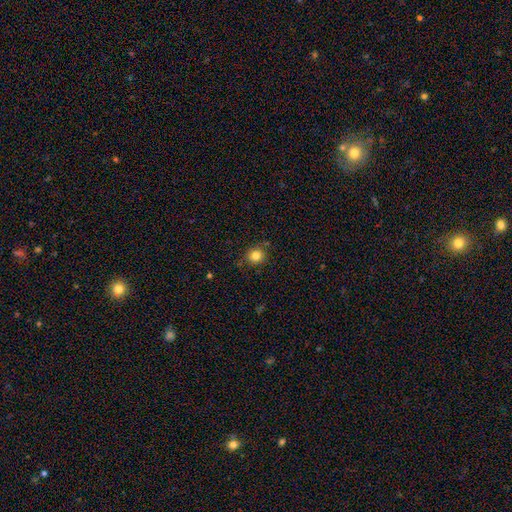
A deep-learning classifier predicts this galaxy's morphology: A smooth galaxy with no disk features (82%) that is round (89%).

Vote fractions:
- Smooth or featured? smooth: 82% / star or artifact: 12% / featured or disk: 6%
- How rounded? round: 89% / in between: 10% / cigar-shaped: 1%
- Merging? none: 84% / minor disturbance: 11% / merger: 3% / major disturbance: 3%